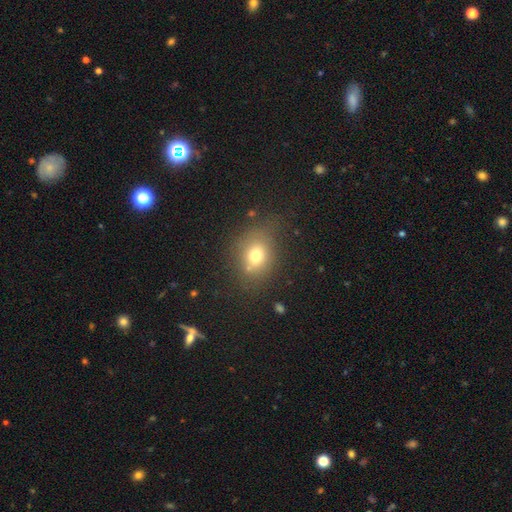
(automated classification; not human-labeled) Overall: smooth (72%). How rounded: round (51%; in between 47%). Merging: none (69%).